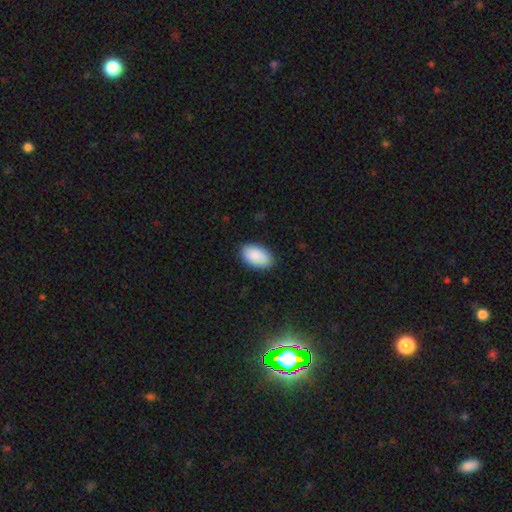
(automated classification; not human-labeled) Smooth or featured? smooth (89%)
How rounded? in between (94%)
Merging? none (85%)